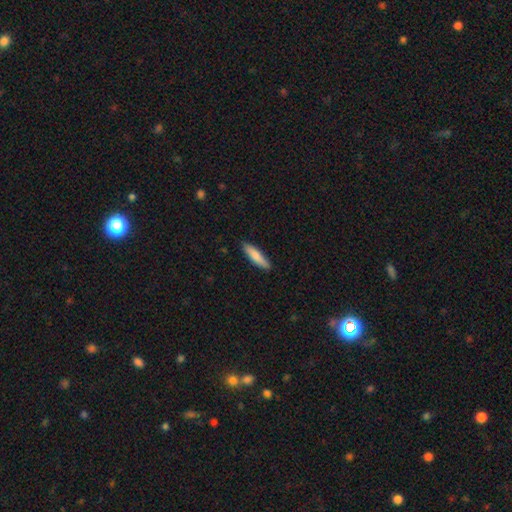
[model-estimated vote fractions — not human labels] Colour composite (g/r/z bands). It shows a smooth galaxy with no disk features (81%) that is cigar-shaped (74%). Merging: none (88%).